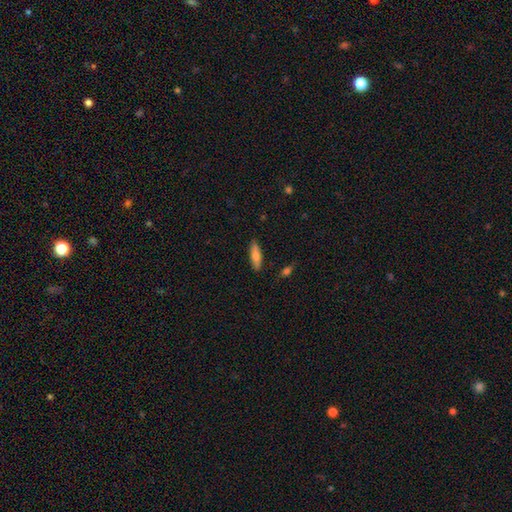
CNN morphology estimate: Smooth or featured?
  - smooth: 72% *
  - featured or disk: 22%
  - star or artifact: 6%
How rounded?
  - cigar-shaped: 55% *
  - in between: 43%
  - round: 2%
Merging?
  - none: 87% *
  - minor disturbance: 10%
  - major disturbance: 2%
  - merger: 2%